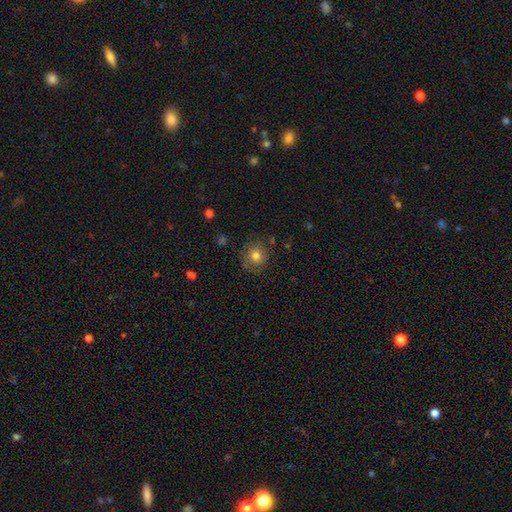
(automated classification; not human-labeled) This is likely a smooth galaxy (72%). How rounded: clearly round (90%). Merging: likely none (80%).